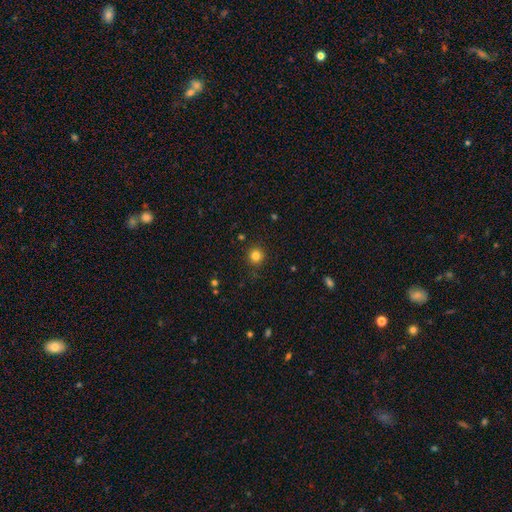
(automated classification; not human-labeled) A smooth galaxy with no disk features (82%) that is round (95%).

Vote fractions:
- Smooth or featured? smooth: 82% / star or artifact: 13% / featured or disk: 5%
- How rounded? round: 95% / in between: 5% / cigar-shaped: 1%
- Merging? none: 90% / minor disturbance: 6% / major disturbance: 2% / merger: 1%